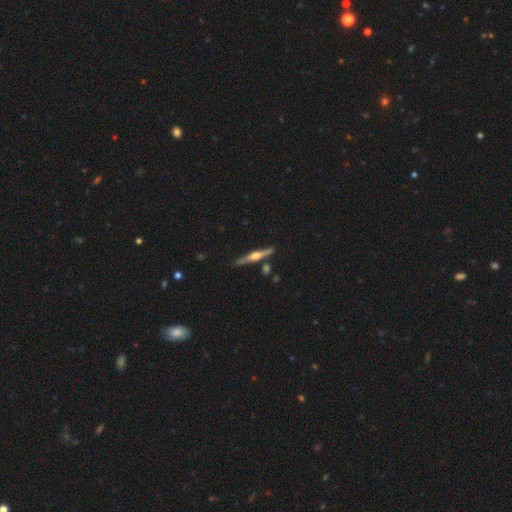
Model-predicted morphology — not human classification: smooth-or-featured: featured or disk: 72% | smooth: 23% | star or artifact: 5%
  disk-edge-on: yes: 97% | no: 3%
    edge-on-bulge: rounded: 90% | boxy: 6% | none: 4%
  merging: none: 83% | minor disturbance: 10% | merger: 5% | major disturbance: 2%